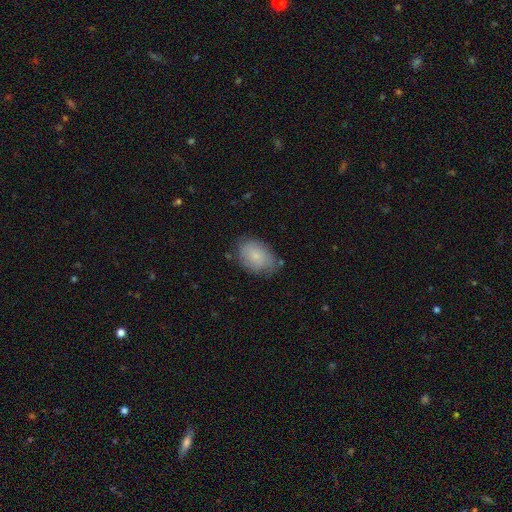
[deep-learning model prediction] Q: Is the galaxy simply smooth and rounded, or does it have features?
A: smooth — 71%.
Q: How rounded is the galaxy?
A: in between — 82%.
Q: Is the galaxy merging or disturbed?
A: none — 67%.